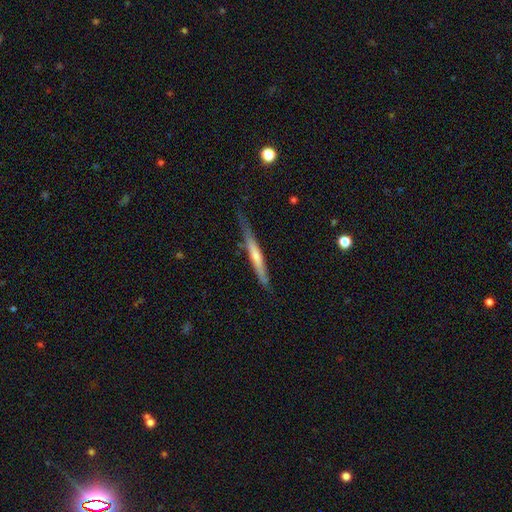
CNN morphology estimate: Smooth or featured? Predicted: featured or disk (p=0.66). Edge-on disk? Predicted: yes (p=0.96). Edge-on bulge? Predicted: rounded (p=0.52). Merging? Predicted: none (p=0.78).